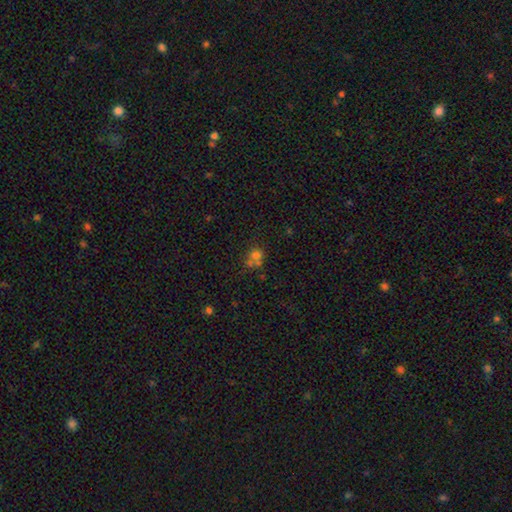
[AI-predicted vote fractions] Morphology: type=smooth (66%); roundness=round (77%); merging=none (42%).